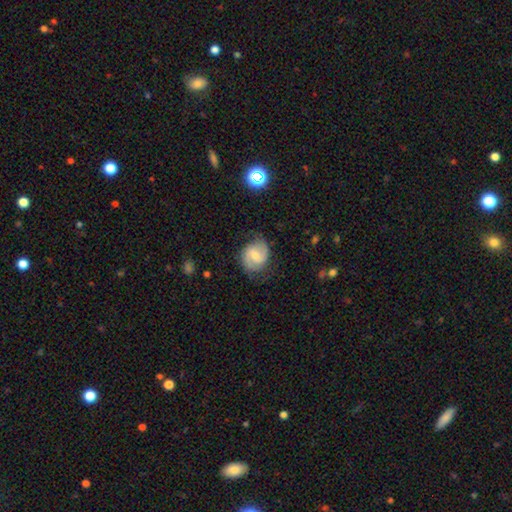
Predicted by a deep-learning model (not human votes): Smooth or featured?
  - featured or disk: 77% *
  - smooth: 17%
  - star or artifact: 6%
Edge-on disk?
  - no: 98% *
  - yes: 2%
Bar?
  - weak: 55% *
  - no: 29%
  - strong: 16%
Spiral arms?
  - yes: 94% *
  - no: 6%
Spiral winding?
  - medium: 52% *
  - tight: 28%
  - loose: 20%
Spiral arm count?
  - 2: 90% *
  - can't tell: 5%
  - 1: 2%
  - 3: 1%
  - 4: 1%
  - more than 4: 1%
Bulge size?
  - moderate: 46% *
  - small: 45%
  - none: 5%
  - large: 3%
  - dominant: 1%
Merging?
  - none: 76% *
  - minor disturbance: 17%
  - major disturbance: 5%
  - merger: 1%